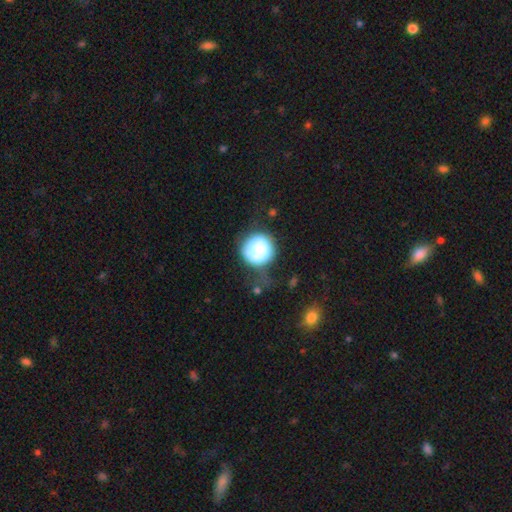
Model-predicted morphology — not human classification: Overall: smooth (76%). How rounded: round (90%). Merging: none (41%; minor disturbance 31%).